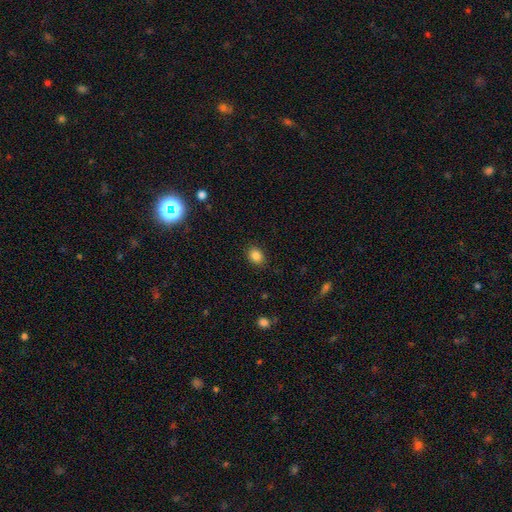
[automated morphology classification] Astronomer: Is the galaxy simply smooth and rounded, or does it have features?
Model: smooth — 85%.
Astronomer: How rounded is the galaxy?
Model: in between — 53% (runner-up: round, 46%).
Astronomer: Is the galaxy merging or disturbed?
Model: none — 86%.